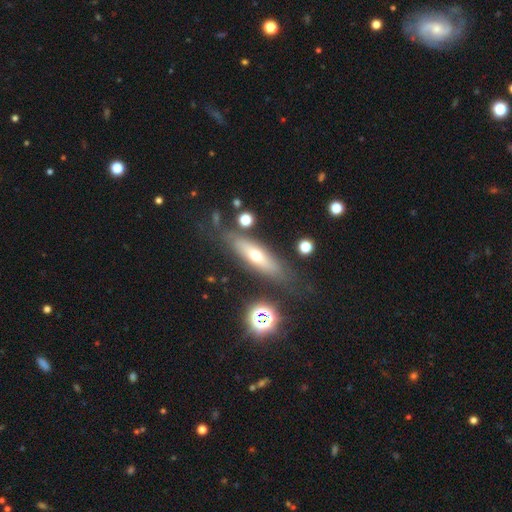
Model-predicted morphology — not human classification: smooth_or_featured: featured or disk (p=0.46) [alt: smooth p=0.45]
merging: none (p=0.75) [alt: minor disturbance p=0.16]